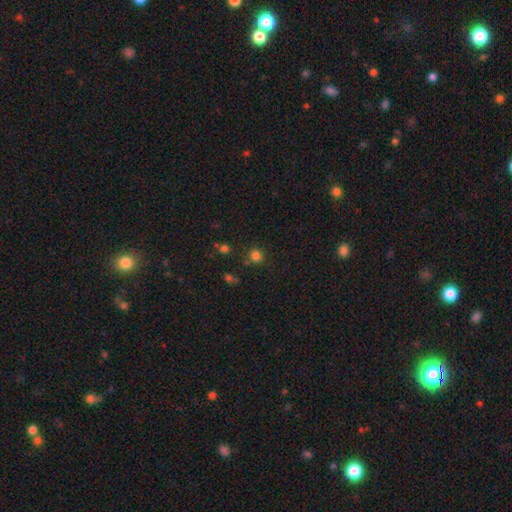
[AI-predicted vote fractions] Smooth or featured: smooth — 77% (star or artifact — 18%)
How rounded: round — 93% (in between — 7%)
Merging: none — 82% (minor disturbance — 9%)